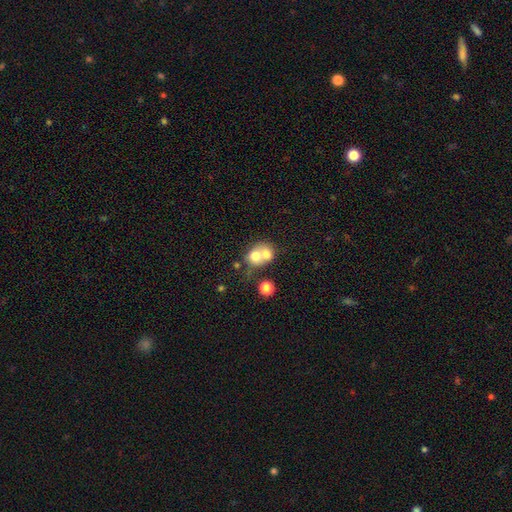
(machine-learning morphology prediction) Smooth or featured: smooth — 66% (featured or disk — 24%)
How rounded: round — 66% (in between — 33%)
Merging: merger — 68% (none — 22%)